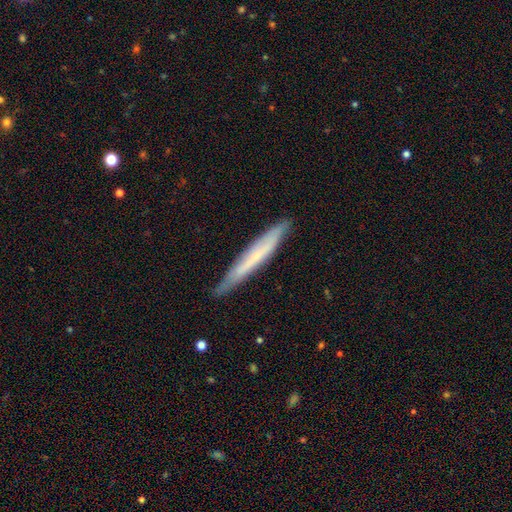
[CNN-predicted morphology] Q: Smooth or featured?
A: featured or disk (47%); runner-up: smooth (46%)
Q: Merging?
A: none (83%); runner-up: minor disturbance (13%)